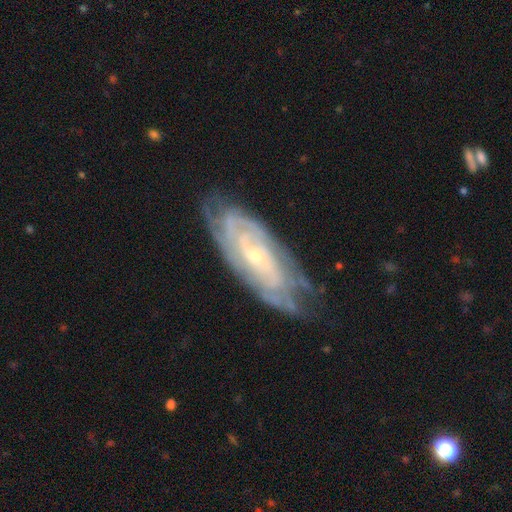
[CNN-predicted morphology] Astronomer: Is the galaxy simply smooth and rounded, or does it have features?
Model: featured or disk — 84%.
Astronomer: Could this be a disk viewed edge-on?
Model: no — 89%.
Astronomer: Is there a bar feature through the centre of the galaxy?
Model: no — 65%.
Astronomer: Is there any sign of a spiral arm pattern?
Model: yes — 92%.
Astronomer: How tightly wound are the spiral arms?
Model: tight — 76%.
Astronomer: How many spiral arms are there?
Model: can't tell — 50%.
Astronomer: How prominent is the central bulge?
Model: small — 70%.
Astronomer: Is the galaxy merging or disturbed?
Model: none — 72%.